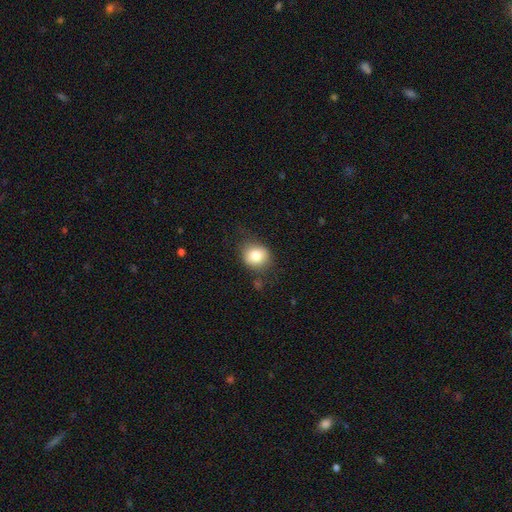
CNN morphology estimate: Smooth or featured?
  - smooth: 80% *
  - featured or disk: 11%
  - star or artifact: 9%
How rounded?
  - round: 72% *
  - in between: 27%
  - cigar-shaped: 1%
Merging?
  - none: 73% *
  - minor disturbance: 19%
  - major disturbance: 6%
  - merger: 2%